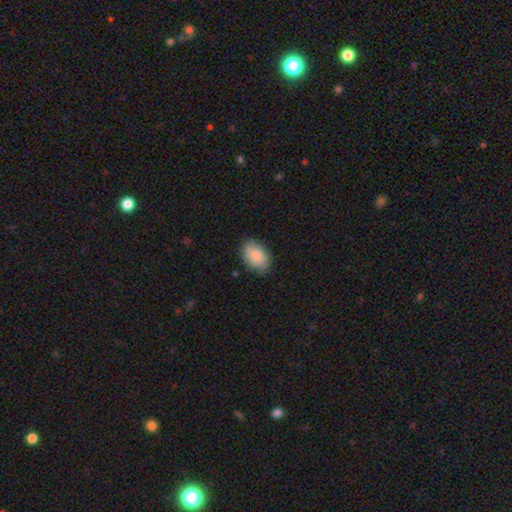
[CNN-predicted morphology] The model was most divided on "merging": none: 81%, minor disturbance: 15%, major disturbance: 3%, merger: 1%. More confident: how rounded — in between (88%); smooth or featured — smooth (85%).